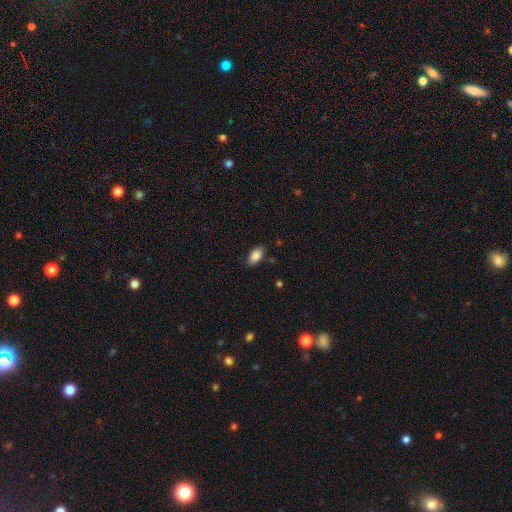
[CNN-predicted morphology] The model was most divided on "merging": none: 85%, minor disturbance: 11%, major disturbance: 2%, merger: 2%. More confident: how rounded — in between (93%); smooth or featured — smooth (86%).